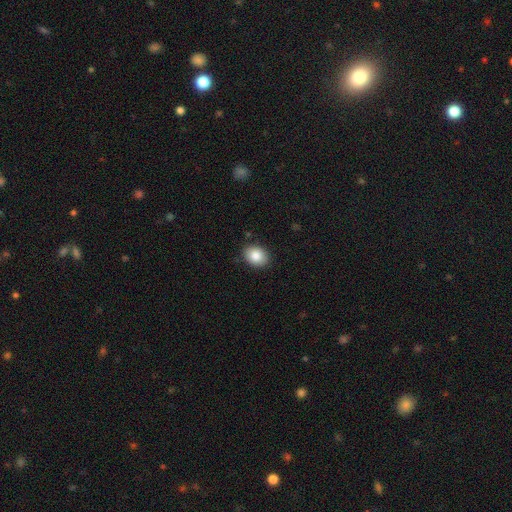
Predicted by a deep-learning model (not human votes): Overall: smooth (86%). How rounded: in between (57%; round 42%). Merging: none (88%).